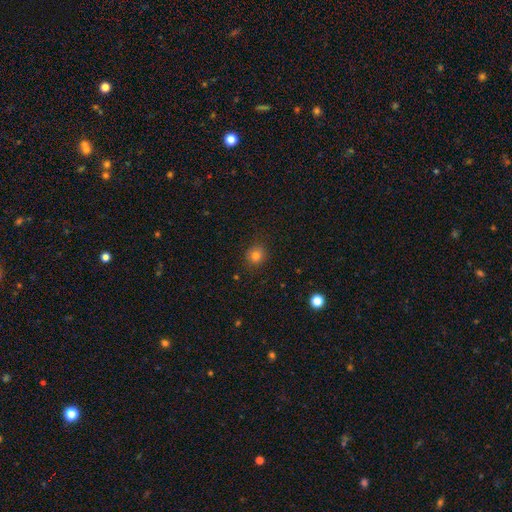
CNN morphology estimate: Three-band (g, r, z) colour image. It shows a smooth galaxy with no disk features (79%) that is round (83%). Merging: none (86%).